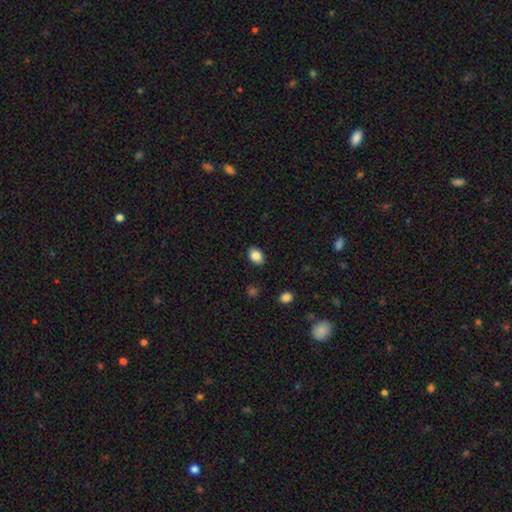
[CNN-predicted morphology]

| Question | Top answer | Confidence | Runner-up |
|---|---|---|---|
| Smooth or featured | smooth | 85% | star or artifact (9%) |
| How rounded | in between | 69% | round (30%) |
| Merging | none | 87% | minor disturbance (10%) |